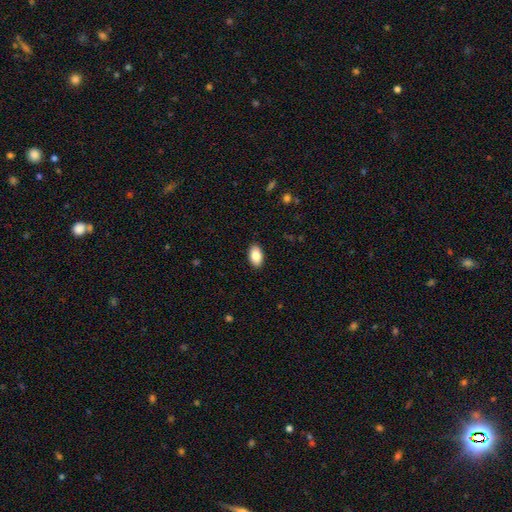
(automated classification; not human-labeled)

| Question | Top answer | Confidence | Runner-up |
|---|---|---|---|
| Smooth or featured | smooth | 85% | featured or disk (8%) |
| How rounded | in between | 94% | round (5%) |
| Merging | none | 90% | minor disturbance (7%) |